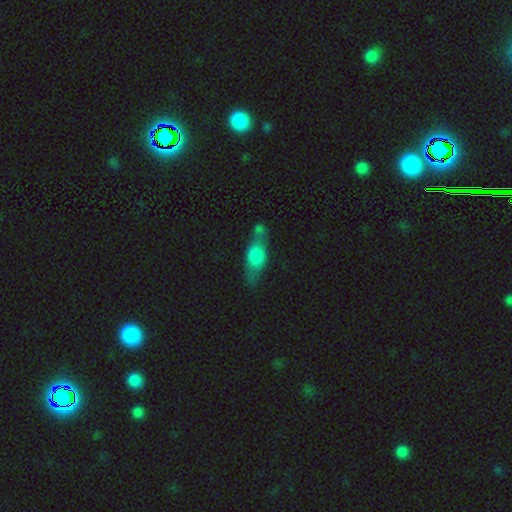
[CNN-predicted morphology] Overall: smooth (58%; featured or disk 33%). How rounded: in between (58%; cigar-shaped 31%). Merging: none (52%; minor disturbance 23%).